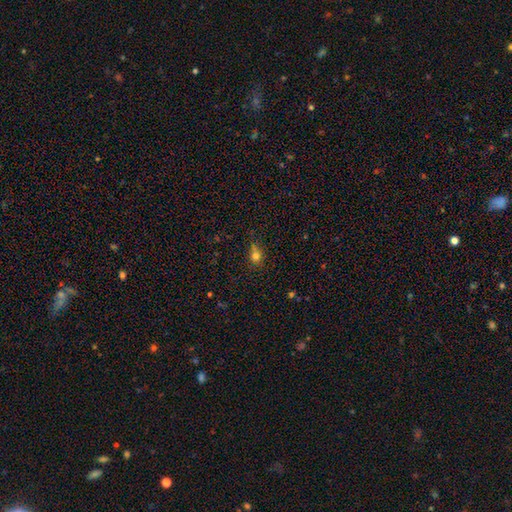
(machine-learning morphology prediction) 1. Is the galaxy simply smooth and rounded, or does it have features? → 73% smooth, 18% star or artifact, 9% featured or disk.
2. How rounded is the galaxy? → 74% round, 24% in between, 2% cigar-shaped.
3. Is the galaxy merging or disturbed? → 60% none, 22% minor disturbance, 10% merger, 8% major disturbance.